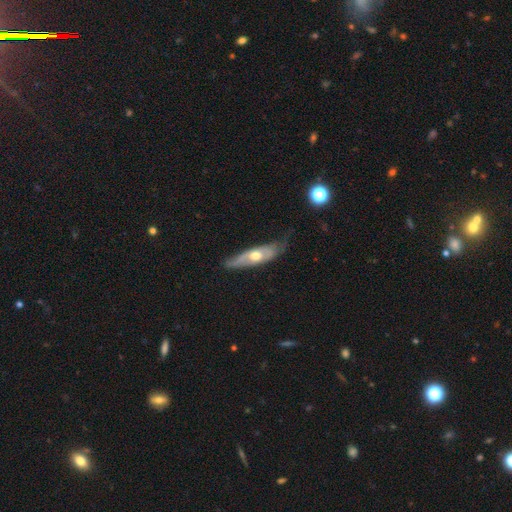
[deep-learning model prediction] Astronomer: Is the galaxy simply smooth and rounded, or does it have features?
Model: featured or disk — 56% (runner-up: smooth, 38%).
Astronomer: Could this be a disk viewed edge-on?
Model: no — 58% (runner-up: yes, 42%).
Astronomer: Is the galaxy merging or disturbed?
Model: none — 56% (runner-up: minor disturbance, 32%).